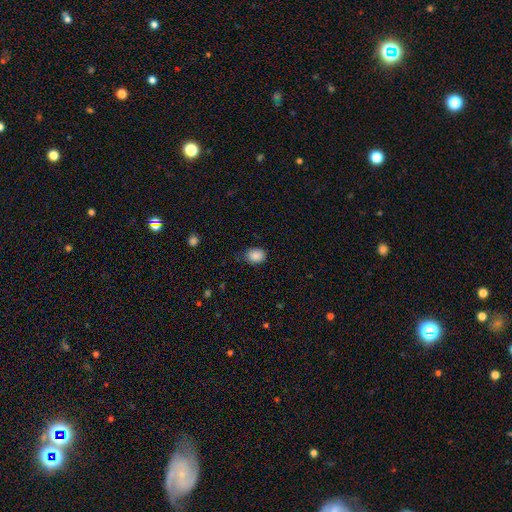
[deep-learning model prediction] This appears to be a smooth galaxy with no disk features (87%) that is in between round and cigar-shaped (57%). Merging: none (73%).